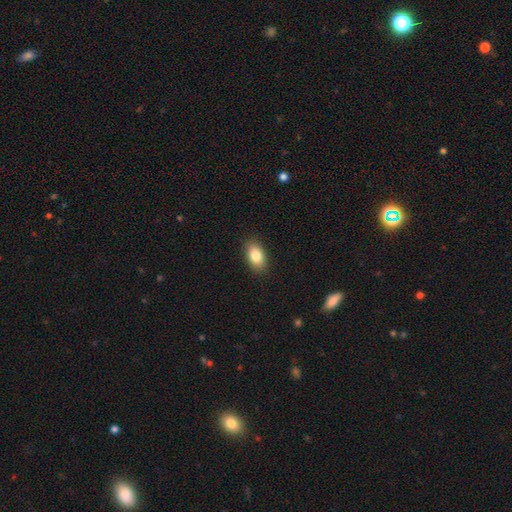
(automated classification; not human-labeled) A smooth galaxy with no disk features (84%) that is in between round and cigar-shaped (91%). Merging: none (89%).